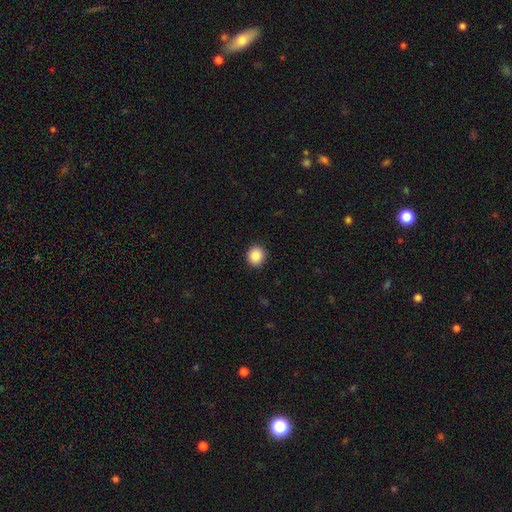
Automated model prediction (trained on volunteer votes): Smooth or featured?
  - smooth: 88% *
  - star or artifact: 9%
  - featured or disk: 3%
How rounded?
  - round: 86% *
  - in between: 13%
  - cigar-shaped: 1%
Merging?
  - none: 92% *
  - minor disturbance: 5%
  - major disturbance: 2%
  - merger: 1%